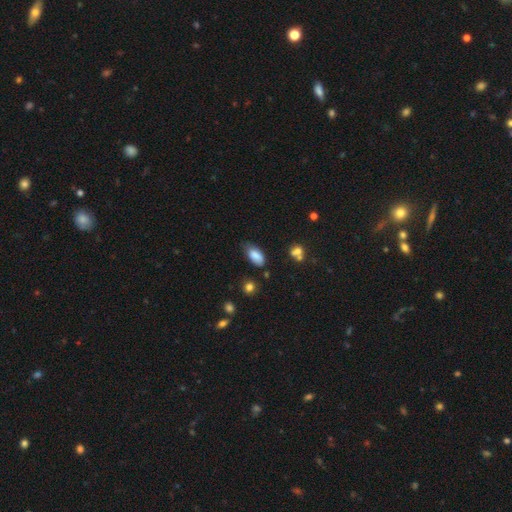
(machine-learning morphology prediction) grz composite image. It shows a smooth galaxy with no disk features (84%) that is in between round and cigar-shaped (91%). Merging: none (58%).